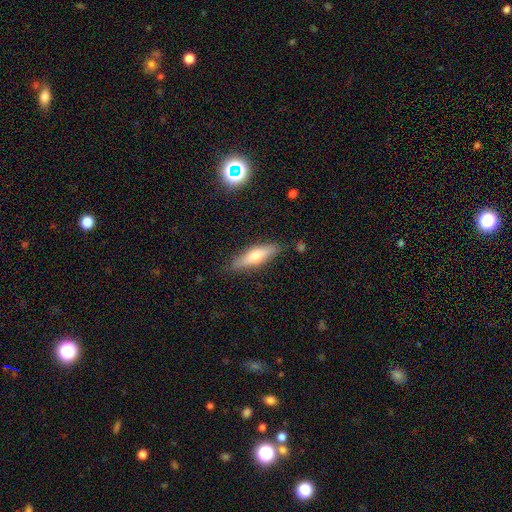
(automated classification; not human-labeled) This appears to be a smooth galaxy with no disk features (54%) that is cigar-shaped (64%). Merging: none (84%).